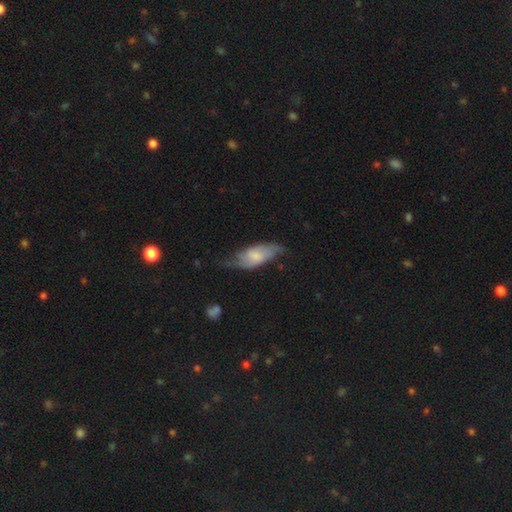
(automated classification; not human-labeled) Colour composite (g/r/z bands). It shows a smooth galaxy with no disk features (47%). Merging: none (47%).